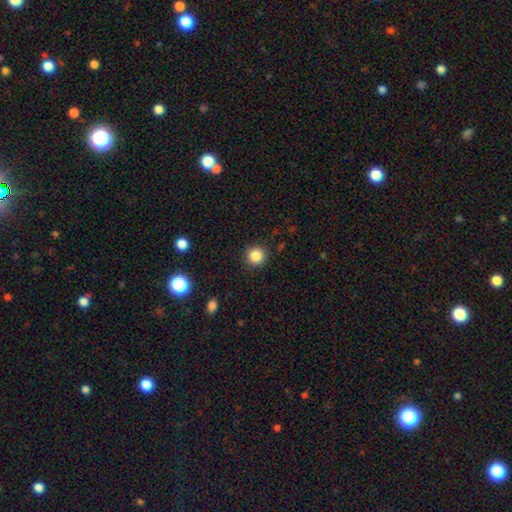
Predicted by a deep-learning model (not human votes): The model was most divided on "smooth or featured": smooth: 85%, star or artifact: 11%, featured or disk: 4%. More confident: how rounded — round (93%); merging — none (90%).